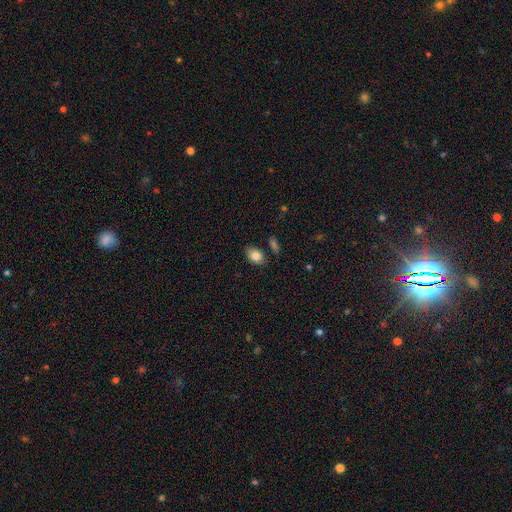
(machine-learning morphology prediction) smooth_or_featured: smooth (p=0.83) [alt: featured or disk p=0.09]
how_rounded: in between (p=0.85) [alt: round p=0.14]
merging: none (p=0.80) [alt: minor disturbance p=0.13]